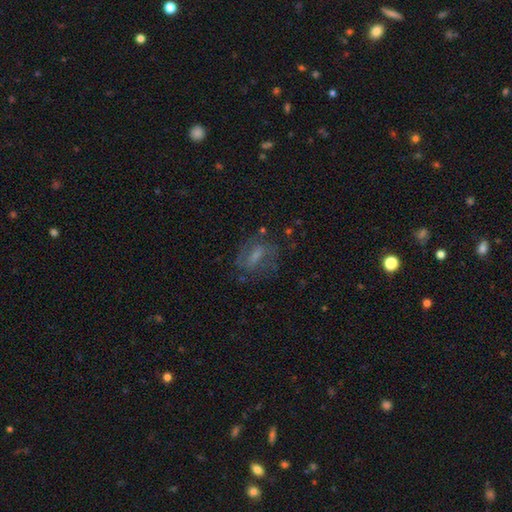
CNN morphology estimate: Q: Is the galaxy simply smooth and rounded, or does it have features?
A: featured or disk — 55%.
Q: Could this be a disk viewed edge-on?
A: no — 91%.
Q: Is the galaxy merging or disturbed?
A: none — 64%.